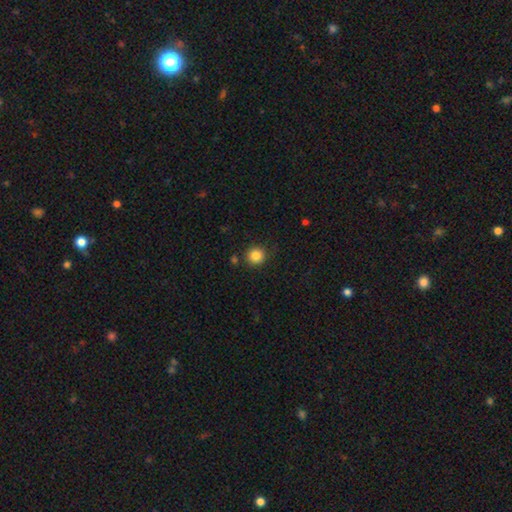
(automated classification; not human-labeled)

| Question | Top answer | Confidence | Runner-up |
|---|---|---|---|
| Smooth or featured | smooth | 85% | star or artifact (11%) |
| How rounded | round | 93% | in between (6%) |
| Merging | none | 86% | minor disturbance (8%) |